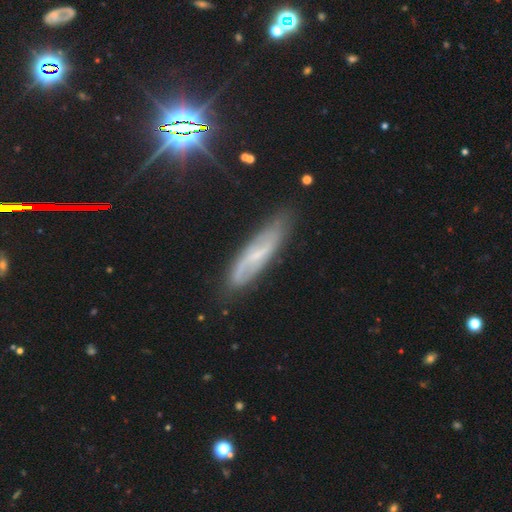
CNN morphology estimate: Smooth or featured? featured or disk (64%)
Edge-on disk? no (66%)
Merging? none (76%)